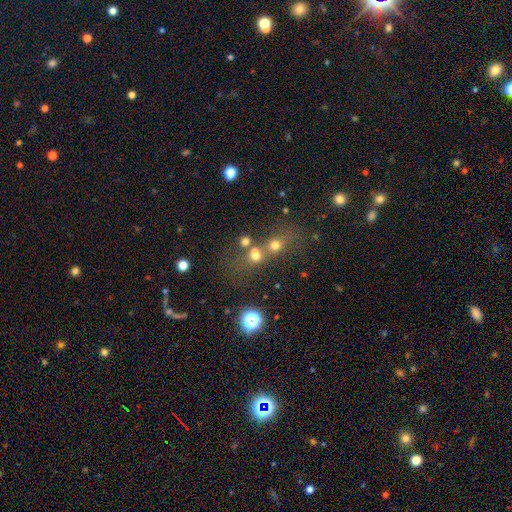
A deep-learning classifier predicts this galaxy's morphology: Smooth or featured?
  - smooth: 62% *
  - star or artifact: 23%
  - featured or disk: 14%
How rounded?
  - round: 72% *
  - in between: 25%
  - cigar-shaped: 3%
Merging?
  - merger: 45% *
  - none: 40%
  - minor disturbance: 8%
  - major disturbance: 7%